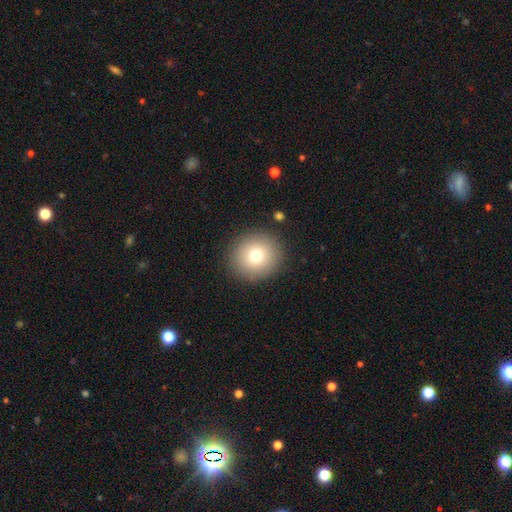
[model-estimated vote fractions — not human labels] Smooth or featured: smooth — 75% (featured or disk — 13%)
How rounded: round — 91% (in between — 8%)
Merging: none — 90% (minor disturbance — 6%)